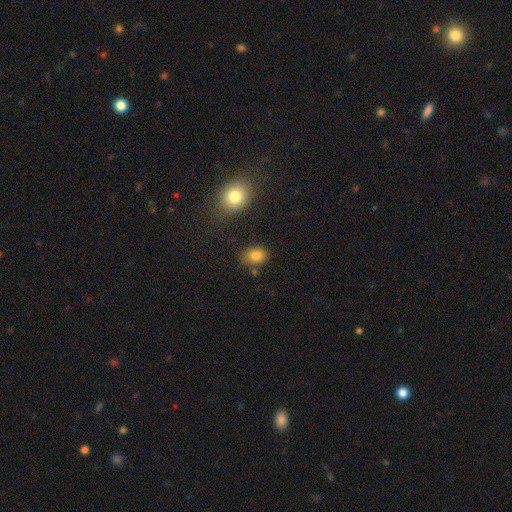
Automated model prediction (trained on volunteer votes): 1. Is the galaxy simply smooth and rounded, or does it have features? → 82% smooth, 11% star or artifact, 7% featured or disk.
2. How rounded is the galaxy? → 67% in between, 32% round, 1% cigar-shaped.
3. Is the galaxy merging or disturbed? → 75% none, 15% minor disturbance, 6% merger, 4% major disturbance.